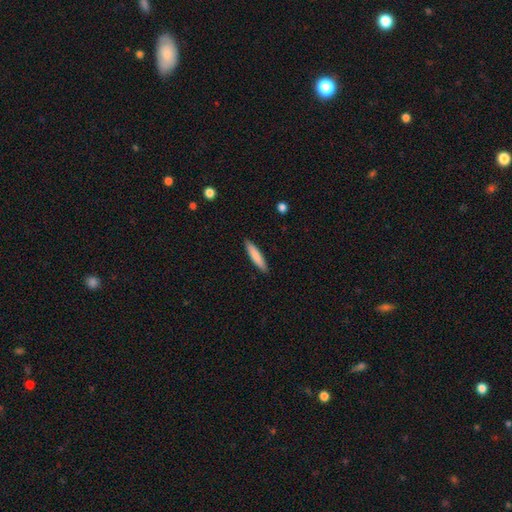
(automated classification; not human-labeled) Smooth or featured: smooth — 82% (featured or disk — 13%)
How rounded: cigar-shaped — 87% (in between — 12%)
Merging: none — 90% (minor disturbance — 7%)